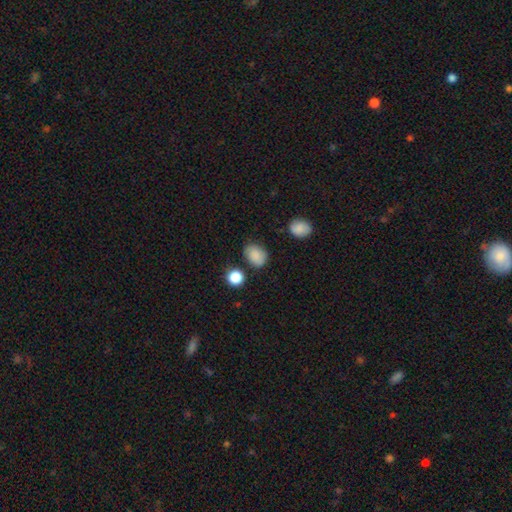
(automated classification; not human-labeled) Smooth or featured? smooth (85%)
How rounded? in between (67%)
Merging? none (73%)